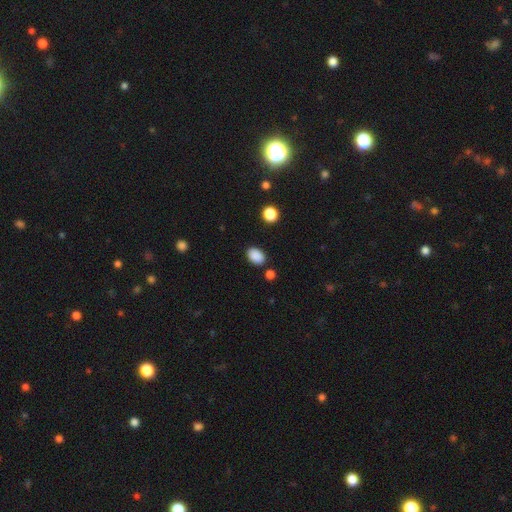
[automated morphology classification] A smooth galaxy with no disk features (88%) that is in between round and cigar-shaped (83%). Merging: none (83%).